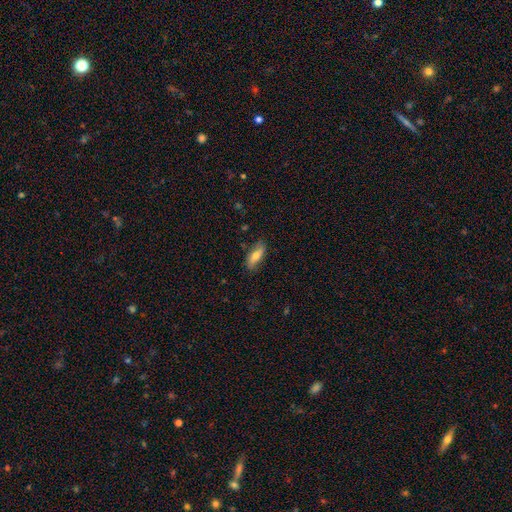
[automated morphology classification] smooth 67%, featured or disk 27%, star or artifact 7%. Down the decision tree: how rounded — in between (71%); merging — none (79%).